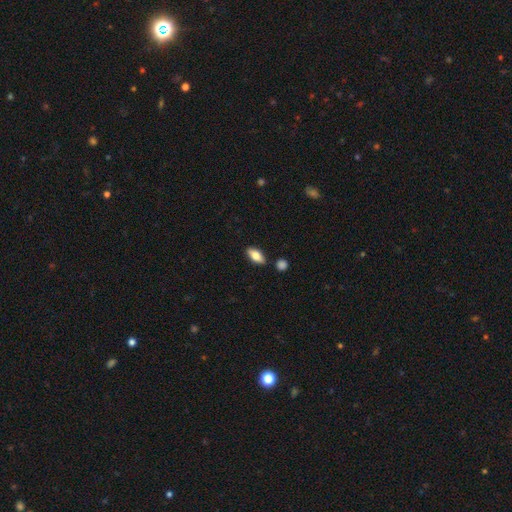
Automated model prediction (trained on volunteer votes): This is likely a smooth galaxy (75%). How rounded: clearly in between (85%). Merging: clearly none (84%).